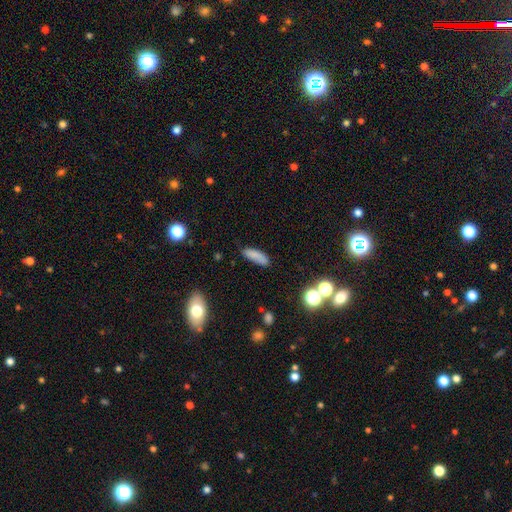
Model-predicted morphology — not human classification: smooth 82%, star or artifact 10%, featured or disk 9%. Down the decision tree: how rounded — in between (55%); merging — none (70%).